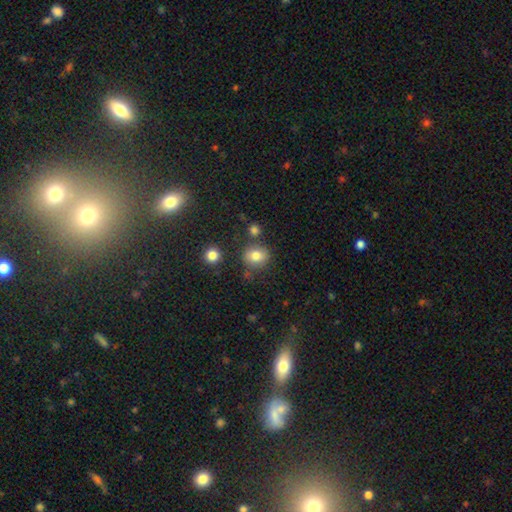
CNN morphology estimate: smooth_or_featured: smooth (p=0.80) [alt: star or artifact p=0.12]
how_rounded: round (p=0.69) [alt: in between p=0.30]
merging: none (p=0.73) [alt: minor disturbance p=0.14]